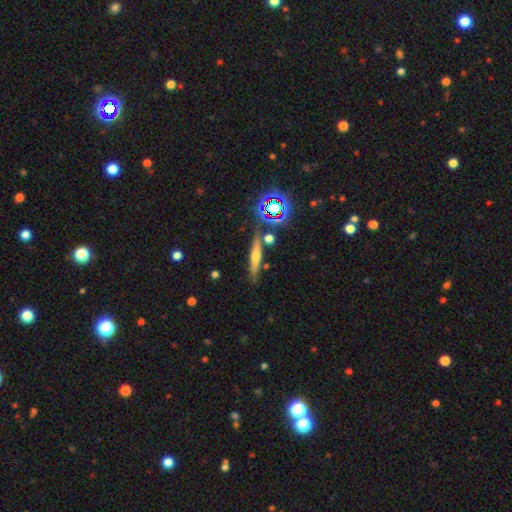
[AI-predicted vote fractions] Smooth or featured? featured or disk (42%)
Merging? none (78%)